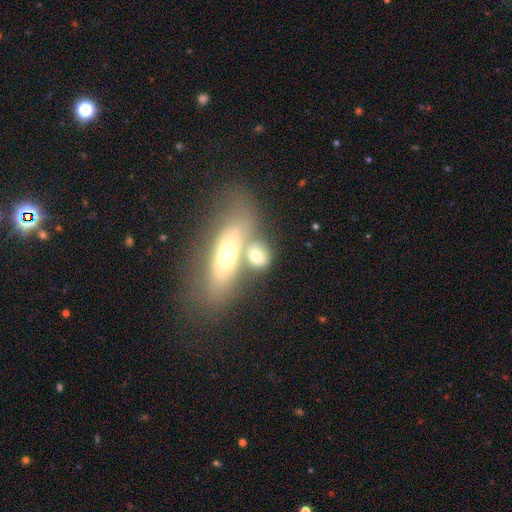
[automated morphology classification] This appears to be a smooth galaxy with no disk features (63%) that is in between round and cigar-shaped (57%). Merging: merger (45%).